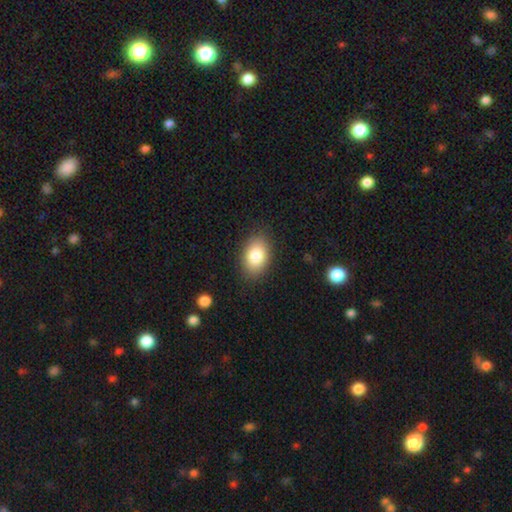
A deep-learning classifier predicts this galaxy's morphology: A smooth galaxy with no disk features (82%) that is in between round and cigar-shaped (87%). Merging: none (86%).